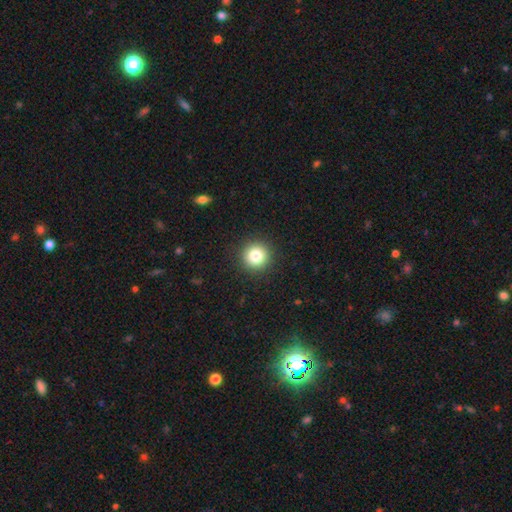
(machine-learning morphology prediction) The model was most divided on "smooth or featured": smooth: 82%, star or artifact: 11%, featured or disk: 7%. More confident: how rounded — round (95%); merging — none (92%).